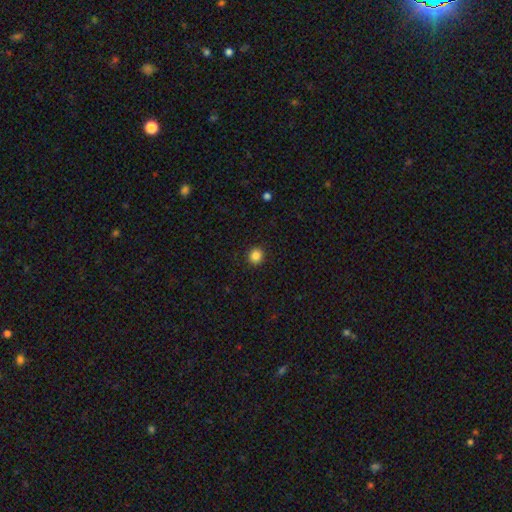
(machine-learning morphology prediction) The model was most divided on "smooth or featured": smooth: 86%, star or artifact: 11%, featured or disk: 3%. More confident: merging — none (92%); how rounded — round (90%).